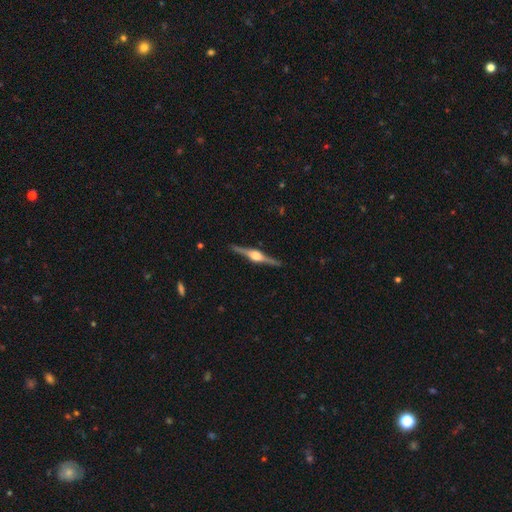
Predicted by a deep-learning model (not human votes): smooth_or_featured: featured or disk (p=0.88) [alt: smooth p=0.07]
disk_edge_on: yes (p=0.98) [alt: no p=0.02]
edge_on_bulge: rounded (p=0.89) [alt: boxy p=0.09]
merging: none (p=0.90) [alt: minor disturbance p=0.07]